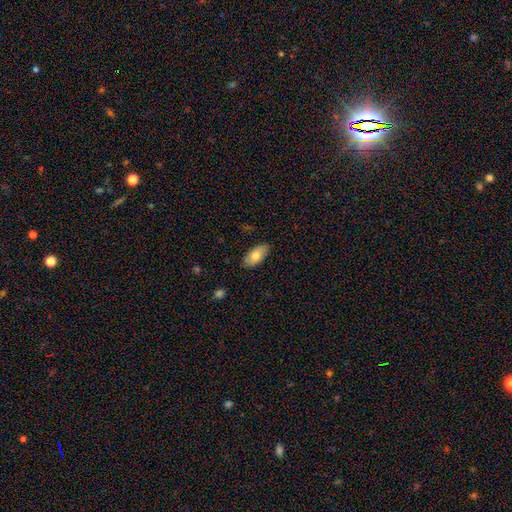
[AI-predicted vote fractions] smooth-or-featured: smooth: 75% | featured or disk: 19% | star or artifact: 6%
  how-rounded: in between: 93% | cigar-shaped: 5% | round: 3%
  merging: none: 85% | minor disturbance: 12% | major disturbance: 2% | merger: 1%